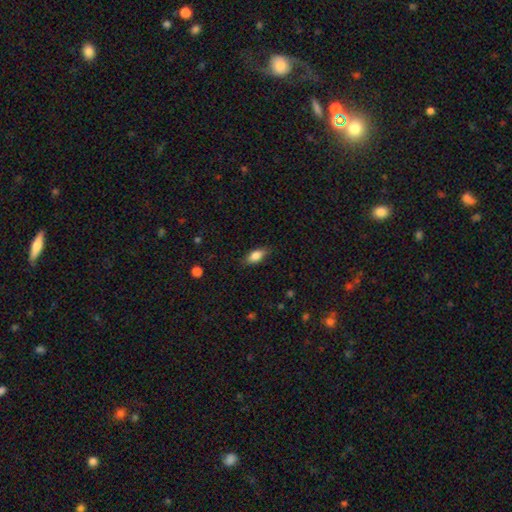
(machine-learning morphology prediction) A smooth galaxy with no disk features (82%) that is in between round and cigar-shaped (85%). Merging: none (83%).